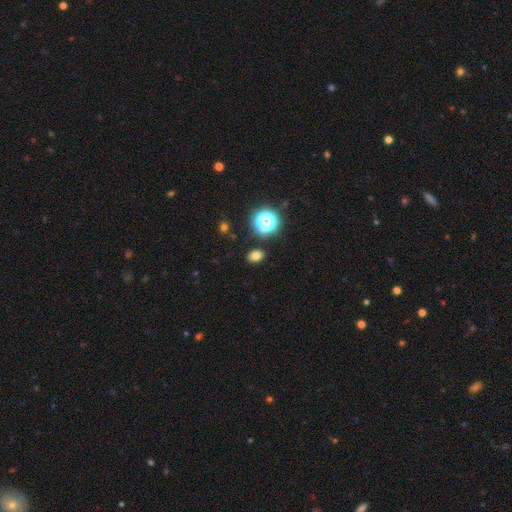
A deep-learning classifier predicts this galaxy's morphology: Smooth or featured?
  - smooth: 73% *
  - star or artifact: 19%
  - featured or disk: 7%
How rounded?
  - in between: 68% *
  - round: 30%
  - cigar-shaped: 1%
Merging?
  - none: 88% *
  - minor disturbance: 8%
  - major disturbance: 2%
  - merger: 2%